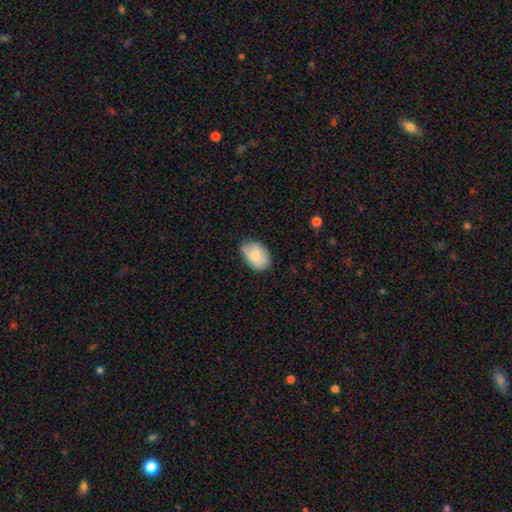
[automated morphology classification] smooth 76%, featured or disk 17%, star or artifact 7%. Down the decision tree: how rounded — in between (79%); merging — none (57%).